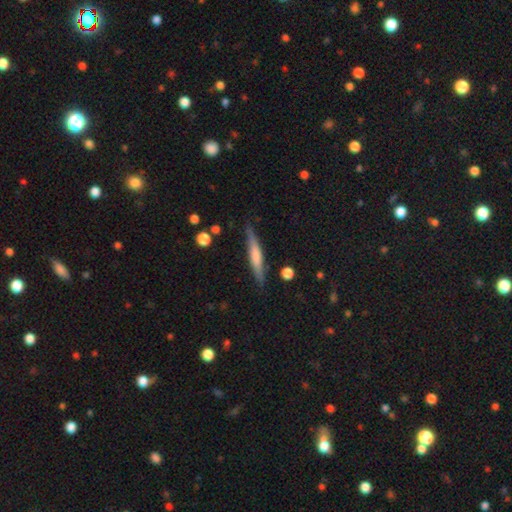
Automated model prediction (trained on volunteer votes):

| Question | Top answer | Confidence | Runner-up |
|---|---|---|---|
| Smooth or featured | smooth | 49% | featured or disk (45%) |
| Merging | none | 85% | minor disturbance (11%) |